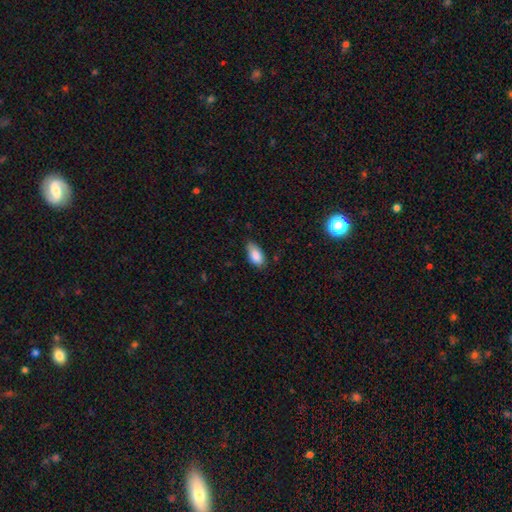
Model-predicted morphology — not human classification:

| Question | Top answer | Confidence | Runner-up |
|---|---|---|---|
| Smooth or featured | smooth | 86% | star or artifact (7%) |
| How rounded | in between | 92% | cigar-shaped (5%) |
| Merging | none | 67% | minor disturbance (28%) |